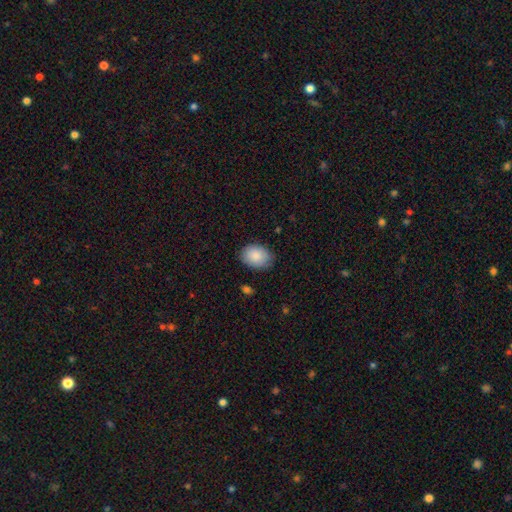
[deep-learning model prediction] Smooth or featured? smooth (88%)
How rounded? in between (78%)
Merging? none (83%)